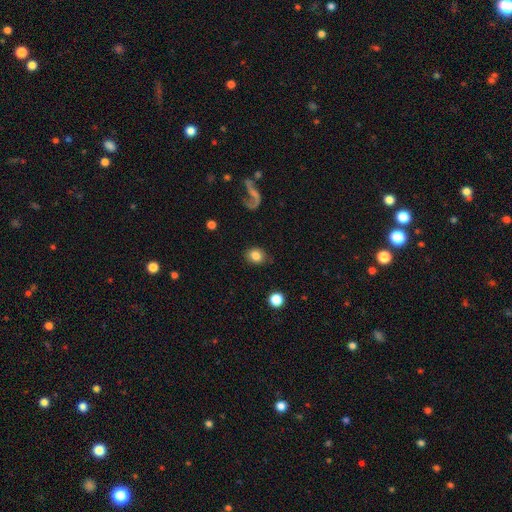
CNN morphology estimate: This is clearly a smooth galaxy (81%). How rounded: likely round (62%). Merging: clearly none (82%).